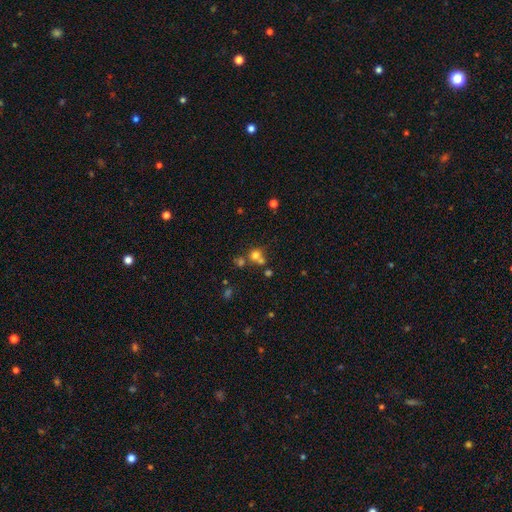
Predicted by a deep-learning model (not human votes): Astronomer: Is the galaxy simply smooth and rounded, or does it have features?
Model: smooth — 68%.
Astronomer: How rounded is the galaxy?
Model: round — 85%.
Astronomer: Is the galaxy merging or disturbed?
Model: none — 48% (runner-up: merger, 40%).